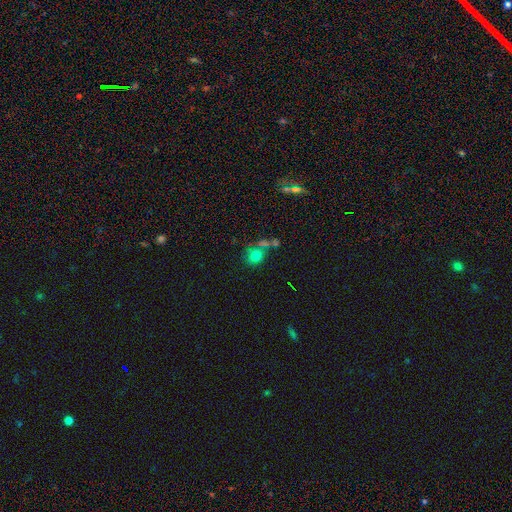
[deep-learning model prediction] Q: Smooth or featured?
A: smooth (75%); runner-up: star or artifact (15%)
Q: How rounded?
A: round (77%); runner-up: in between (22%)
Q: Merging?
A: none (57%); runner-up: merger (22%)